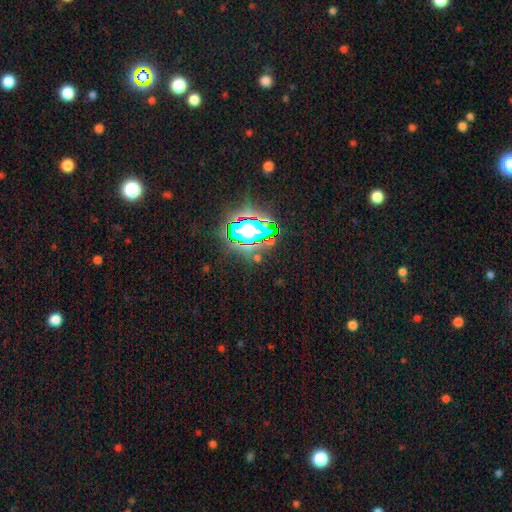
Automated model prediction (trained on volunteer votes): Overall: star or artifact (68%).